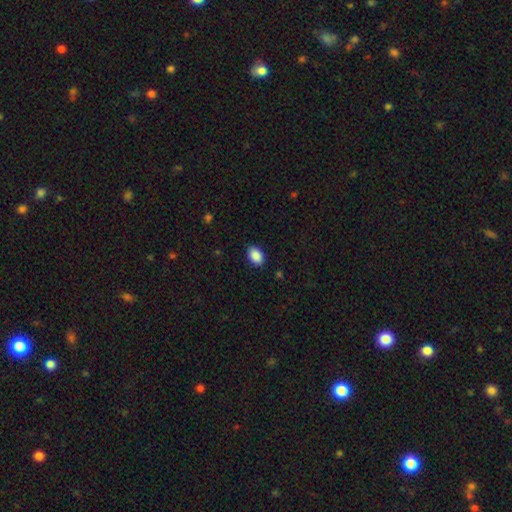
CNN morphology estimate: A smooth galaxy with no disk features (90%) that is in between round and cigar-shaped (86%).

Vote fractions:
- Smooth or featured? smooth: 90% / star or artifact: 7% / featured or disk: 3%
- How rounded? in between: 86% / round: 13% / cigar-shaped: 1%
- Merging? none: 88% / minor disturbance: 9% / major disturbance: 2% / merger: 1%